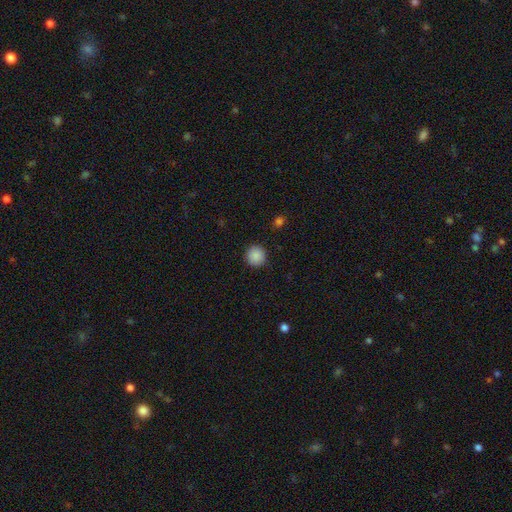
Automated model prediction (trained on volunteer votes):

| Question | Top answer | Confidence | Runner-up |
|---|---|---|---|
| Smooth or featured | smooth | 89% | star or artifact (9%) |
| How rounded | round | 94% | in between (5%) |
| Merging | none | 91% | minor disturbance (6%) |